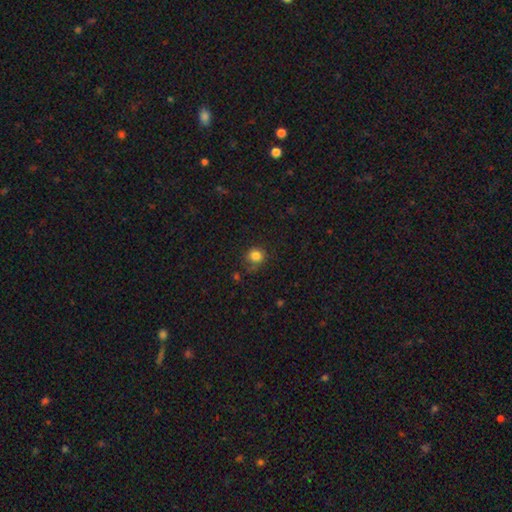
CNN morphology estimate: Smooth or featured?
  - smooth: 83% *
  - star or artifact: 12%
  - featured or disk: 6%
How rounded?
  - round: 84% *
  - in between: 15%
  - cigar-shaped: 1%
Merging?
  - none: 70% *
  - minor disturbance: 20%
  - major disturbance: 7%
  - merger: 2%